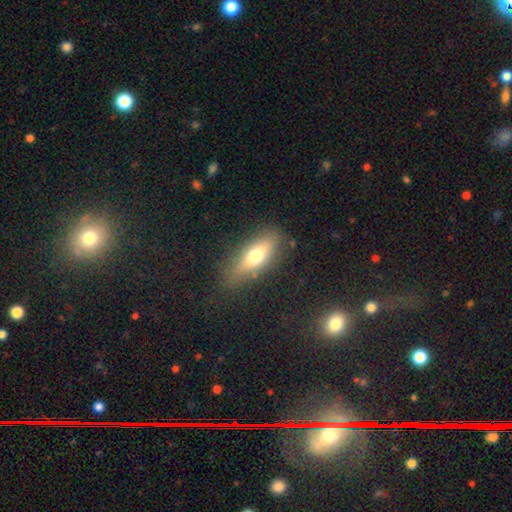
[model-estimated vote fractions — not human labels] The model was most divided on "smooth or featured": smooth: 65%, featured or disk: 27%, star or artifact: 8%. More confident: merging — none (76%); how rounded — in between (67%).